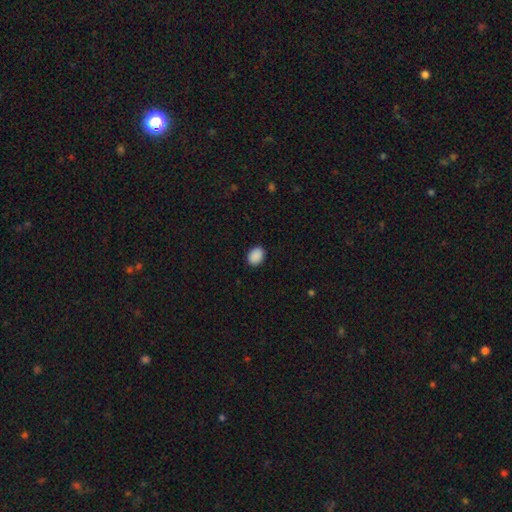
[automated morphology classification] Smooth or featured: smooth — 90% (star or artifact — 8%)
How rounded: in between — 71% (round — 28%)
Merging: none — 90% (minor disturbance — 7%)